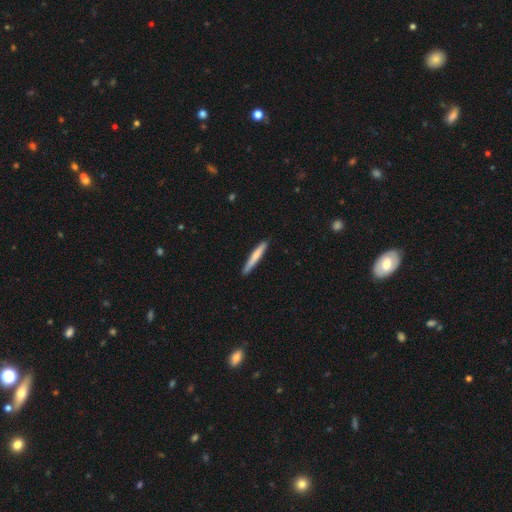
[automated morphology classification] A smooth galaxy with no disk features (68%) that is cigar-shaped (95%). Merging: none (88%).